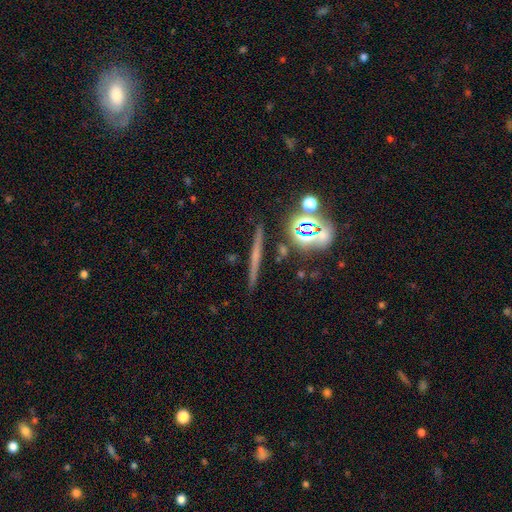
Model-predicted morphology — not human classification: Smooth or featured?
  - featured or disk: 45% *
  - smooth: 33%
  - star or artifact: 22%
Merging?
  - none: 88% *
  - minor disturbance: 7%
  - merger: 2%
  - major disturbance: 2%